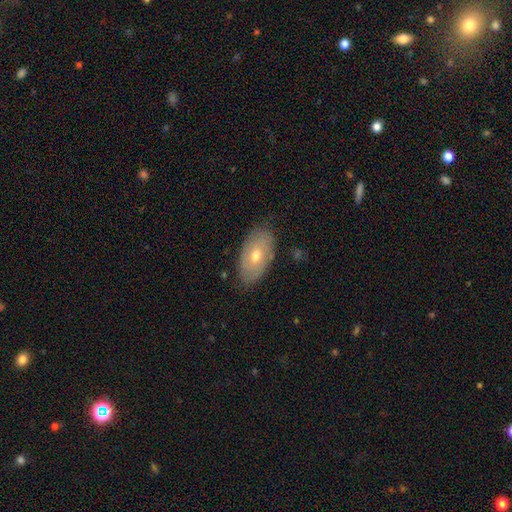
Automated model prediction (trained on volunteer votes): A smooth galaxy with no disk features (49%).

Vote fractions:
- Smooth or featured? smooth: 49% / featured or disk: 44% / star or artifact: 7%
- Merging? none: 81% / minor disturbance: 15% / major disturbance: 3% / merger: 1%